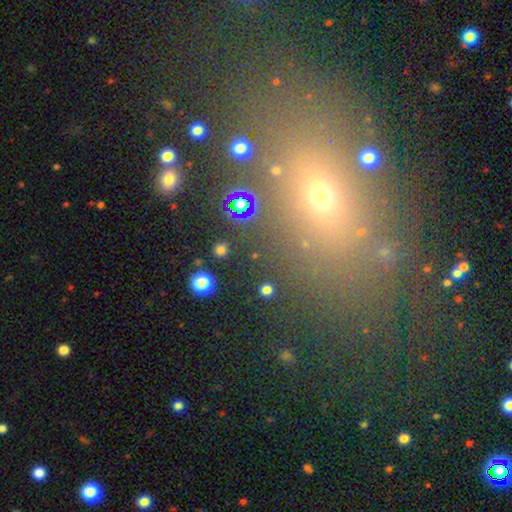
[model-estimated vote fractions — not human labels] Smooth or featured: smooth — 50% (star or artifact — 38%)
Merging: none — 85% (minor disturbance — 7%)